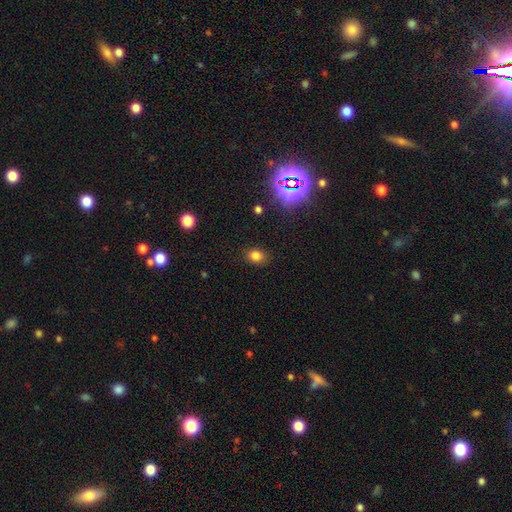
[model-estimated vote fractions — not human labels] A smooth galaxy with no disk features (79%) that is in between round and cigar-shaped (54%). Merging: none (83%).